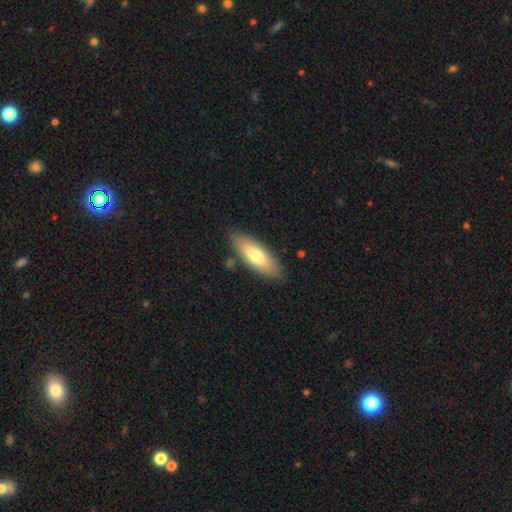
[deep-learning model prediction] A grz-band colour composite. It shows a smooth galaxy with no disk features (69%) that is in between round and cigar-shaped (65%). Merging: none (84%).